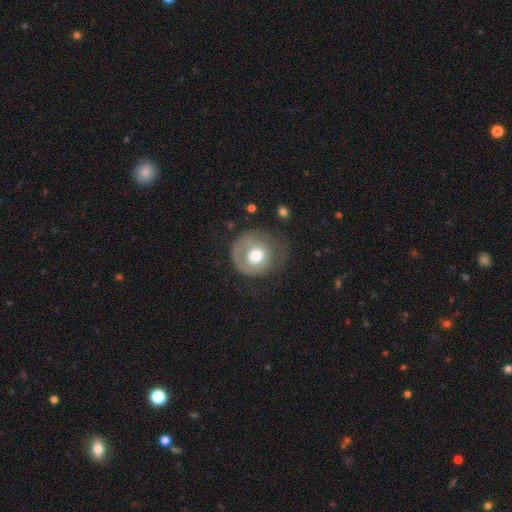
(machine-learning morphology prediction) Q: Smooth or featured?
A: smooth (52%); runner-up: featured or disk (42%)
Q: How rounded?
A: round (83%); runner-up: in between (16%)
Q: Merging?
A: none (48%); runner-up: major disturbance (26%)